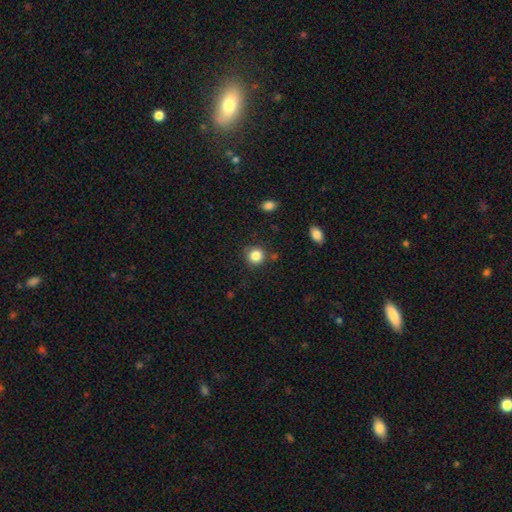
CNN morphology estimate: This appears to be a smooth galaxy with no disk features (85%) that is round (91%). Merging: none (85%).